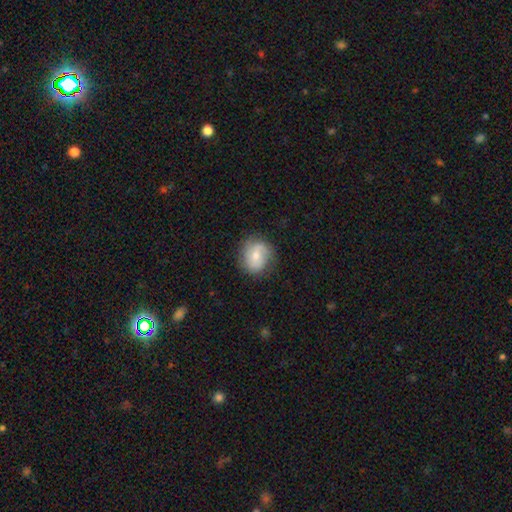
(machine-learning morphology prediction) type=smooth (50%); merging=none (72%).